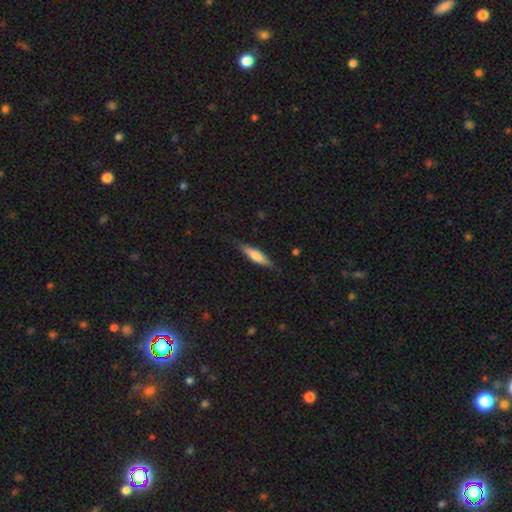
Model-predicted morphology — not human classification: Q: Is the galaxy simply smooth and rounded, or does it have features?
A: smooth — 60%.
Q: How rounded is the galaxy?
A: cigar-shaped — 76%.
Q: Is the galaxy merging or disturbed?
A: none — 83%.